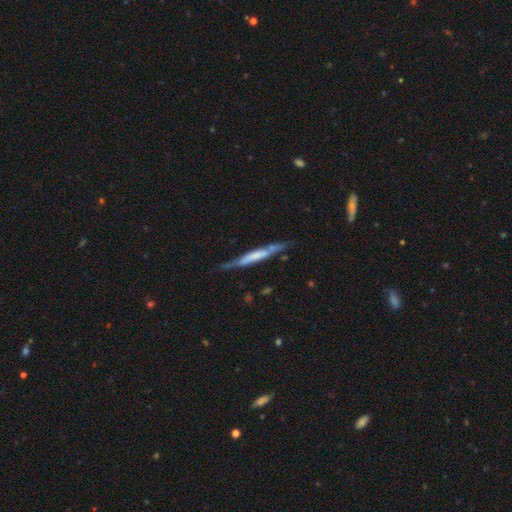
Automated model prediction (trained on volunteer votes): Morphology: type=featured or disk (57%); edge-on=yes (87%); merging=none (67%).